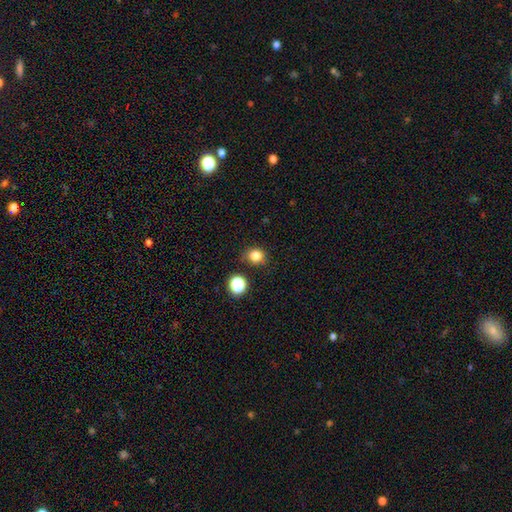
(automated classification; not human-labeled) smooth 81%, star or artifact 14%, featured or disk 5%. Down the decision tree: how rounded — round (80%); merging — none (82%).